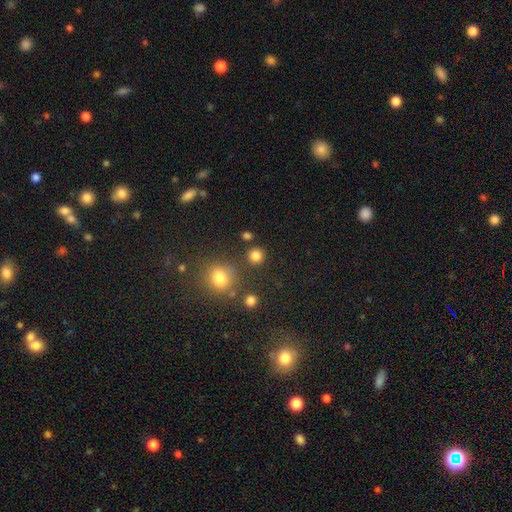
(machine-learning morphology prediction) This appears to be a smooth galaxy with no disk features (81%) that is round (92%). Merging: none (84%).